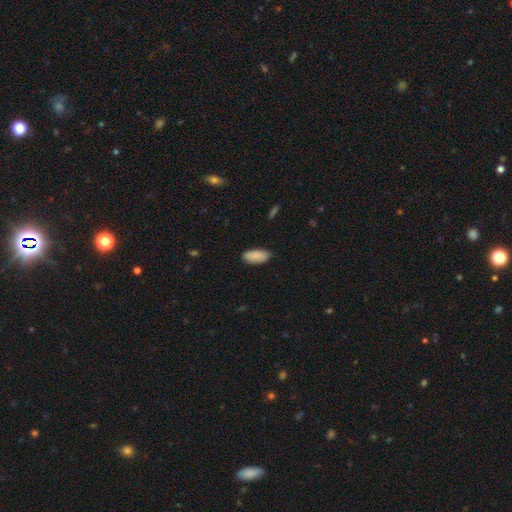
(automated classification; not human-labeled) A smooth galaxy with no disk features (90%) that is in between round and cigar-shaped (90%). Merging: none (85%).